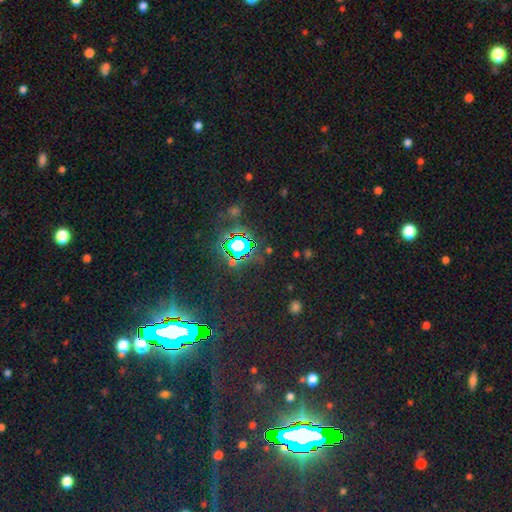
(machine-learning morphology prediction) The model was most divided on "smooth or featured": star or artifact: 82%, smooth: 10%, featured or disk: 8%.